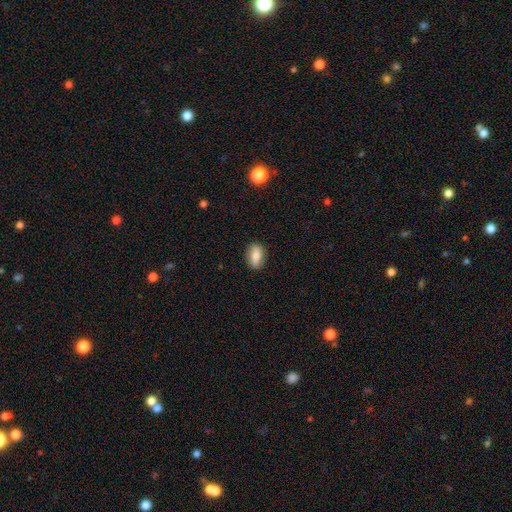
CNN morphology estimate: Overall: smooth (79%). How rounded: in between (83%). Merging: none (85%).